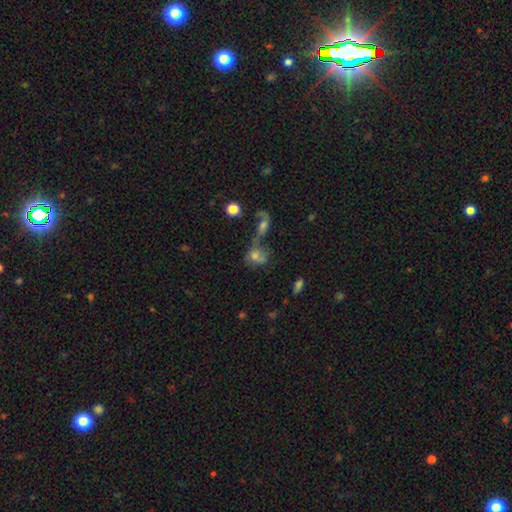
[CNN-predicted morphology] Overall: smooth (55%; featured or disk 29%). How rounded: round (49%; in between 47%). Merging: merger (52%; none 26%).